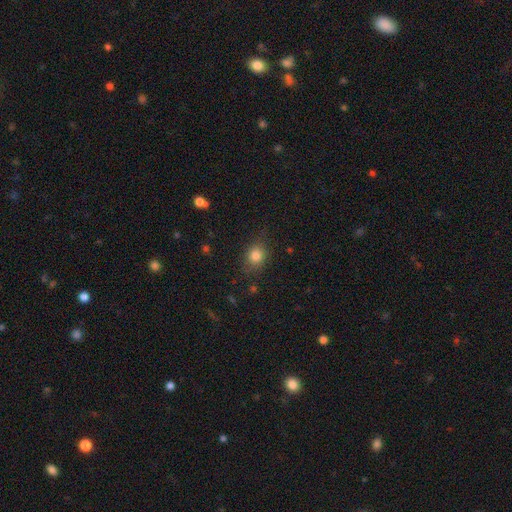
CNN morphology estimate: smooth 82%, star or artifact 11%, featured or disk 7%. Down the decision tree: how rounded — round (62%); merging — none (79%).